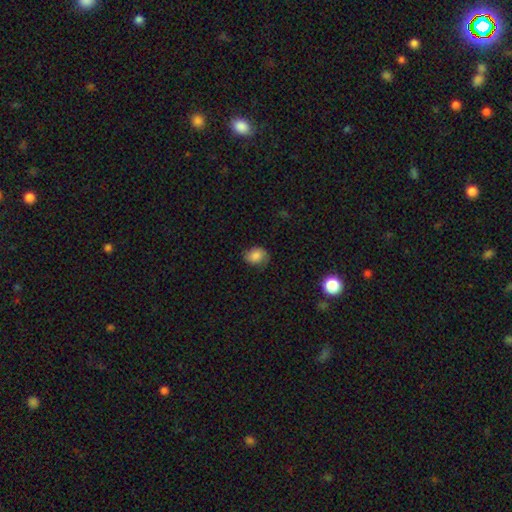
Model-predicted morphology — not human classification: The model was most divided on "how rounded": in between: 53%, round: 46%, cigar-shaped: 1%. More confident: smooth or featured — smooth (78%); merging — none (65%).